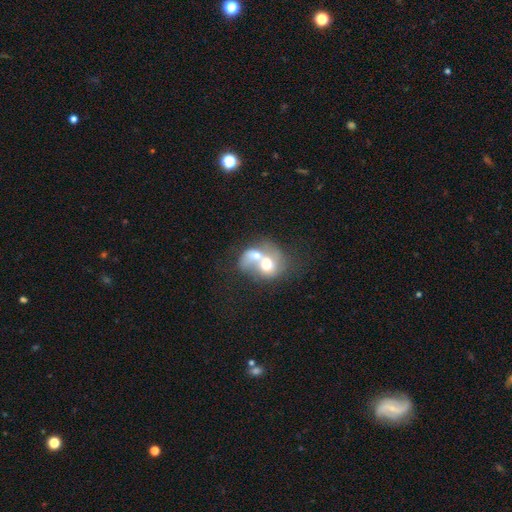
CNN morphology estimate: type=smooth (48%); merging=merger (80%).